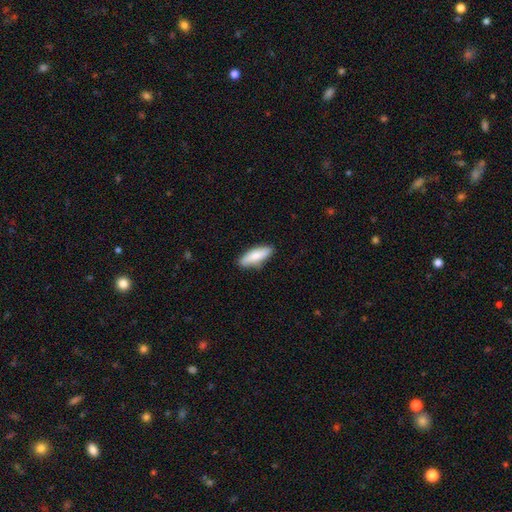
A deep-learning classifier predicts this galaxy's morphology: smooth-or-featured: smooth: 79% | featured or disk: 15% | star or artifact: 5%
  how-rounded: in between: 51% | cigar-shaped: 48% | round: 2%
  merging: none: 83% | minor disturbance: 13% | major disturbance: 2% | merger: 1%